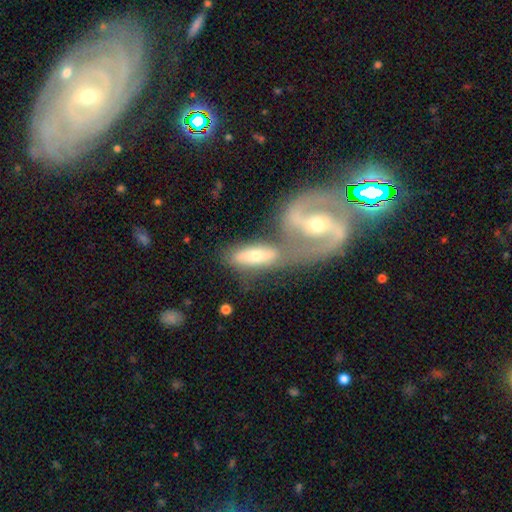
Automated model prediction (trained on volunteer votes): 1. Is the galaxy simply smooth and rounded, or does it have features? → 55% featured or disk, 39% smooth, 6% star or artifact.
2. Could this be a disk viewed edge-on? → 82% no, 18% yes.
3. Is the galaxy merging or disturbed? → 44% merger, 39% none, 12% minor disturbance, 5% major disturbance.